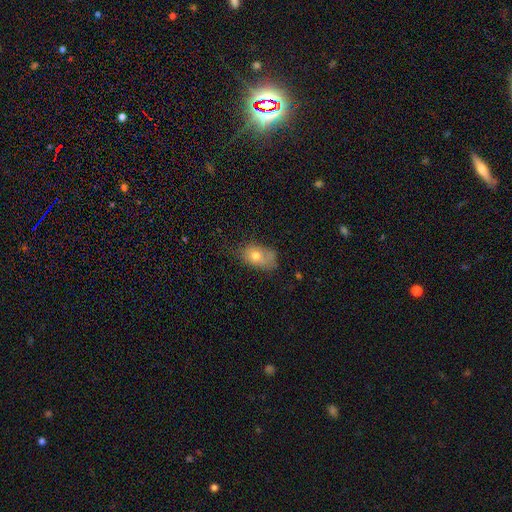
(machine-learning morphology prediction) A smooth galaxy with no disk features (71%) that is in between round and cigar-shaped (80%).

Vote fractions:
- Smooth or featured? smooth: 71% / featured or disk: 19% / star or artifact: 10%
- How rounded? in between: 80% / round: 19% / cigar-shaped: 2%
- Merging? none: 42% / minor disturbance: 35% / major disturbance: 17% / merger: 6%